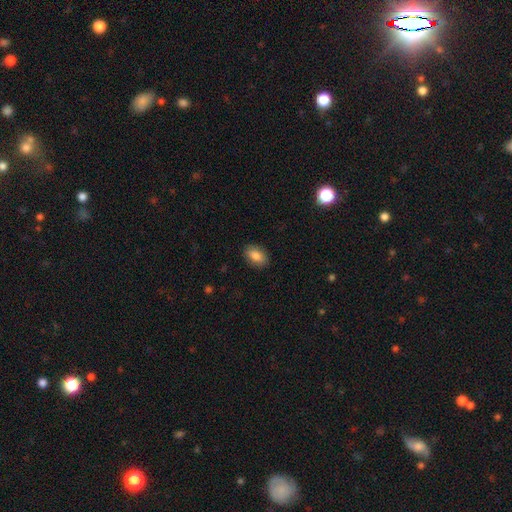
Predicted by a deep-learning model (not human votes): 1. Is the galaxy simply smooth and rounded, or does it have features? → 84% smooth, 8% featured or disk, 8% star or artifact.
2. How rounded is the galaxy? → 89% in between, 10% round, 2% cigar-shaped.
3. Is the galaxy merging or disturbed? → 88% none, 9% minor disturbance, 2% major disturbance, 1% merger.